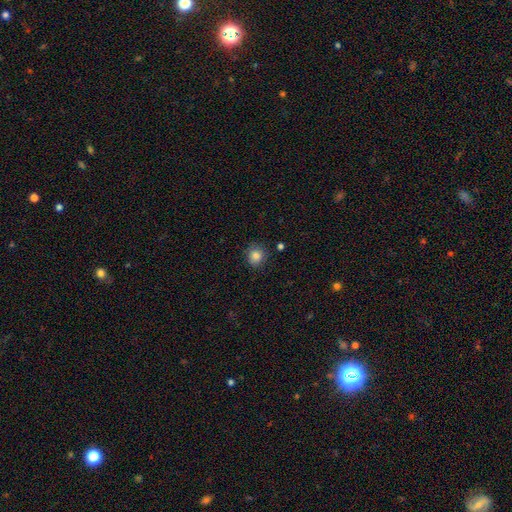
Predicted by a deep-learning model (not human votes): A smooth galaxy with no disk features (85%) that is round (84%). Merging: none (85%).